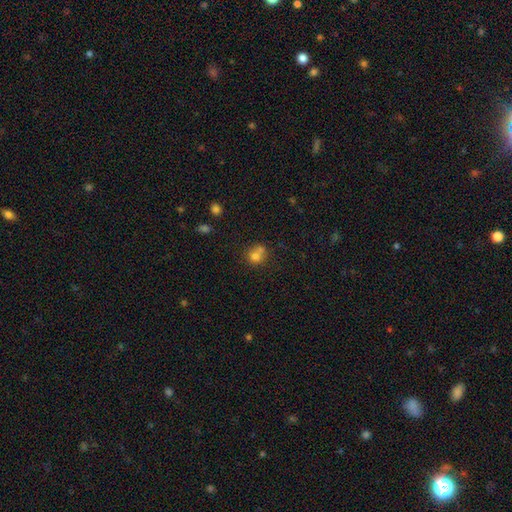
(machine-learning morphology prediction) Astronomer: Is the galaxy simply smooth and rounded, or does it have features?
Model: smooth — 73%.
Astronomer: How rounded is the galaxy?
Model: round — 77%.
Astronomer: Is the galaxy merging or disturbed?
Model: merger — 45% (runner-up: none, 39%).